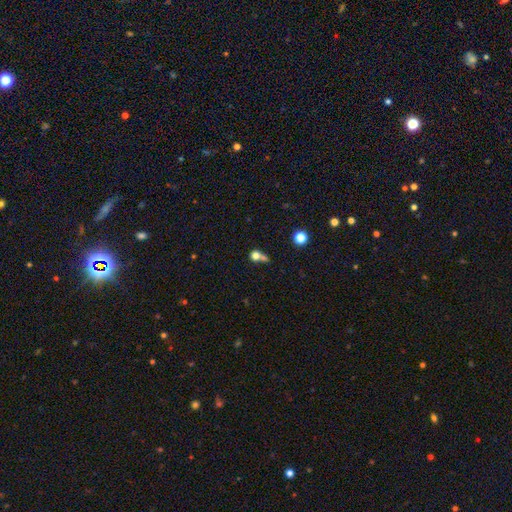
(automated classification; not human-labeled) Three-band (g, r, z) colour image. It shows a smooth galaxy with no disk features (73%) that is round (77%). Merging: merger (46%).